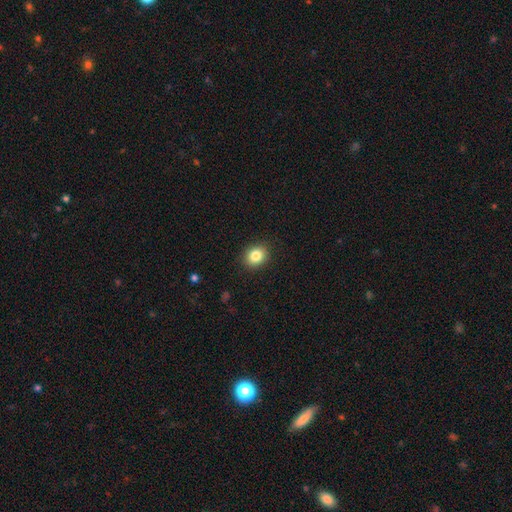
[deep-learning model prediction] Overall: smooth (84%). How rounded: round (61%; in between 38%). Merging: none (90%).